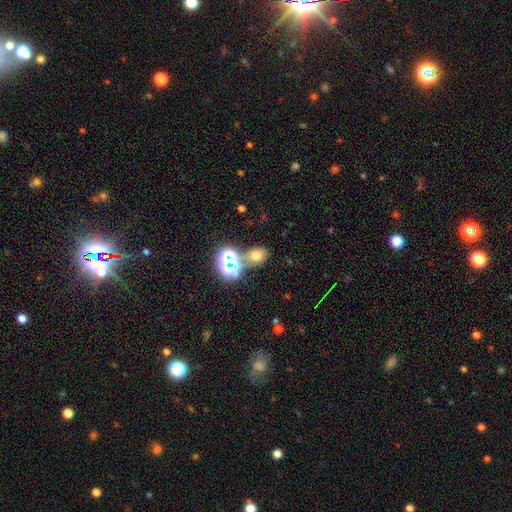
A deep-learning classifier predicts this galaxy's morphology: Smooth or featured? smooth (55%)
How rounded? in between (52%)
Merging? none (70%)